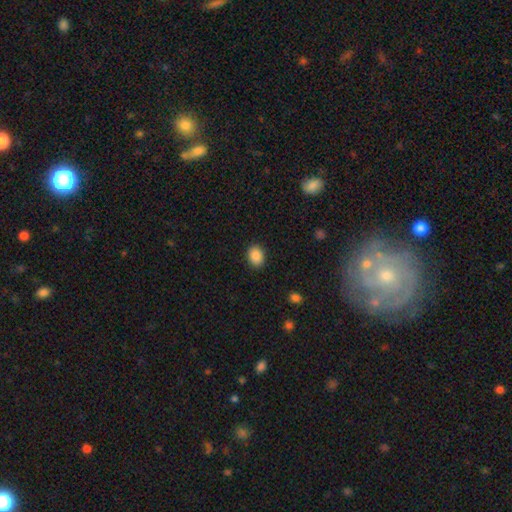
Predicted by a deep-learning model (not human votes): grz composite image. It shows a smooth galaxy with no disk features (88%) that is in between round and cigar-shaped (63%). Merging: none (89%).